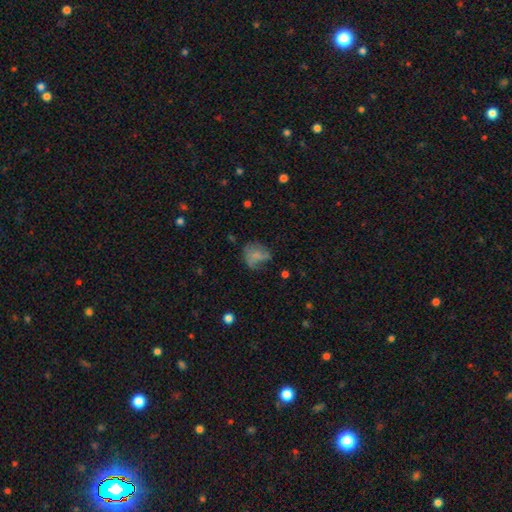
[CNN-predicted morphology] This is possibly a smooth galaxy (59%). How rounded: possibly round (50%). Merging: marginally none (36%).